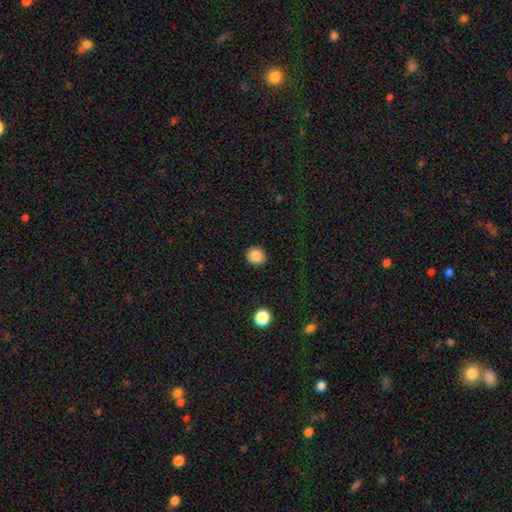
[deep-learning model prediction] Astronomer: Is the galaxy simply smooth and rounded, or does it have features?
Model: smooth — 86%.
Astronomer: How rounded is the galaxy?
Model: round — 80%.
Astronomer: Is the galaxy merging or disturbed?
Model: none — 91%.